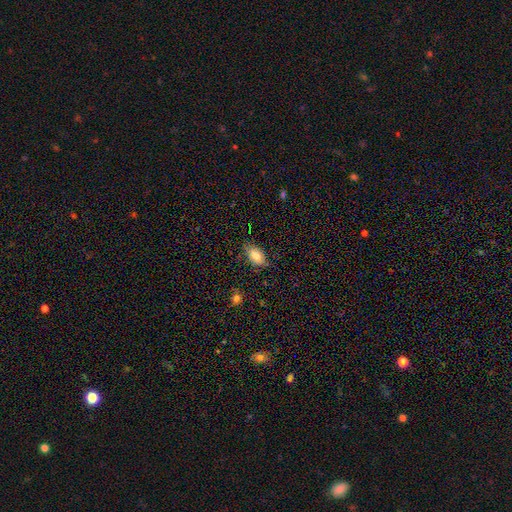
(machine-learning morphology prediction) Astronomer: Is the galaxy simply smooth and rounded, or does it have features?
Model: smooth — 78%.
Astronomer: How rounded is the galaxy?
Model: in between — 91%.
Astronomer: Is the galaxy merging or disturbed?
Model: none — 75%.